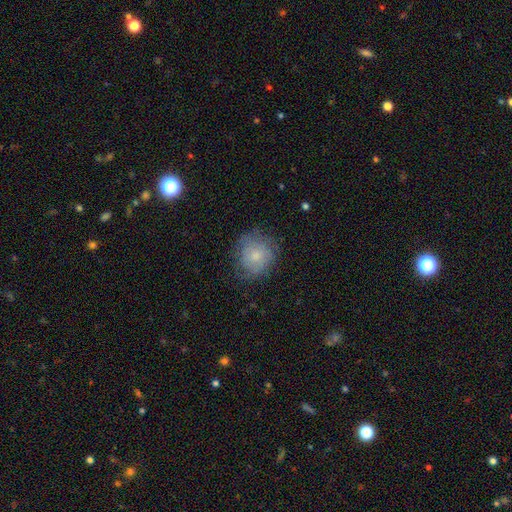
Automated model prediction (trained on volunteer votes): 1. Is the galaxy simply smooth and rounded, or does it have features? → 69% smooth, 23% featured or disk, 8% star or artifact.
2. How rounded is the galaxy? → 83% round, 16% in between, 1% cigar-shaped.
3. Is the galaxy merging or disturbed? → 68% none, 22% minor disturbance, 9% major disturbance, 1% merger.